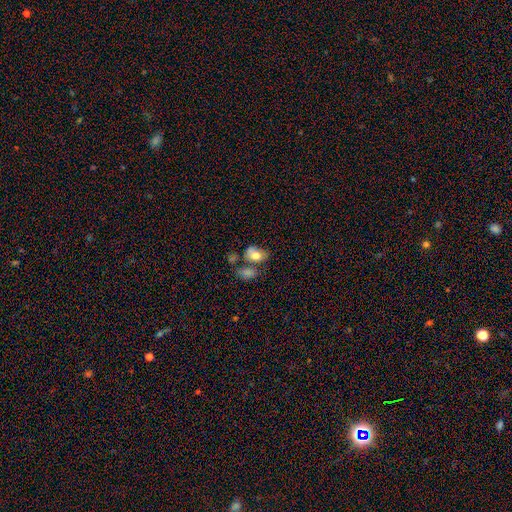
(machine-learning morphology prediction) Smooth or featured? Predicted: smooth (p=0.73). How rounded? Predicted: in between (p=0.81). Merging? Predicted: none (p=0.39).